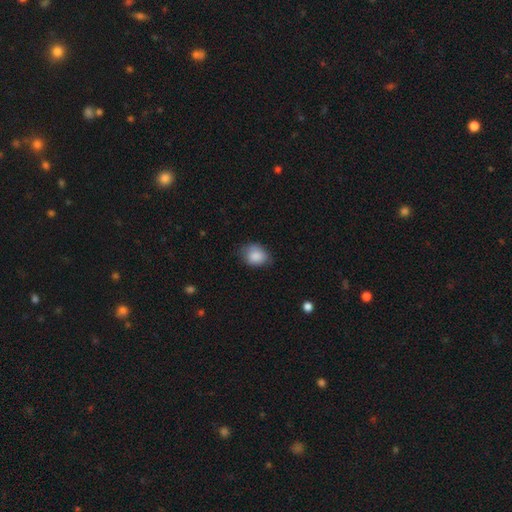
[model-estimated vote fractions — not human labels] This appears to be a smooth galaxy with no disk features (86%) that is in between round and cigar-shaped (57%). Merging: none (64%).